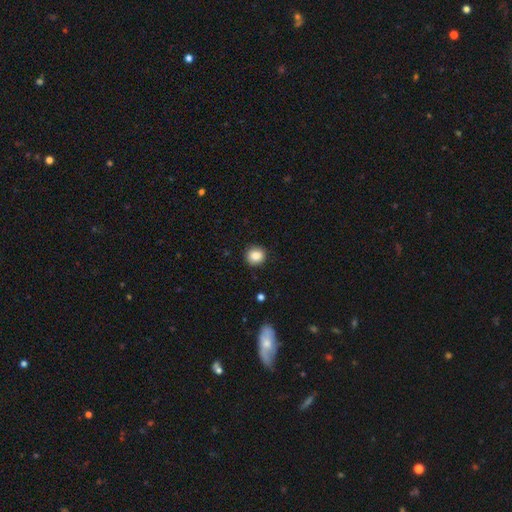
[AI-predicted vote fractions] Smooth or featured?
  - smooth: 85% *
  - star or artifact: 10%
  - featured or disk: 5%
How rounded?
  - round: 87% *
  - in between: 12%
  - cigar-shaped: 1%
Merging?
  - none: 89% *
  - minor disturbance: 8%
  - major disturbance: 2%
  - merger: 1%